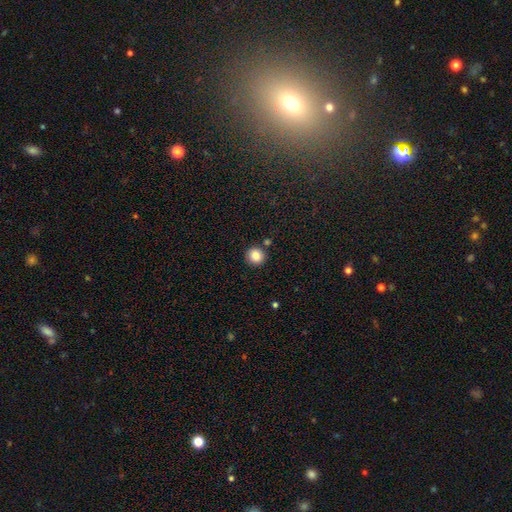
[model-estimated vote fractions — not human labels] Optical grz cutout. It shows a smooth galaxy with no disk features (86%) that is round (91%). Merging: none (85%).